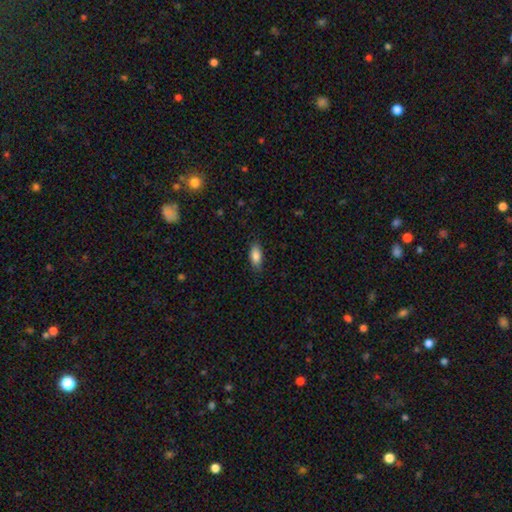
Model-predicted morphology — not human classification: smooth_or_featured: smooth (p=0.85) [alt: featured or disk p=0.08]
how_rounded: in between (p=0.85) [alt: cigar-shaped p=0.12]
merging: none (p=0.82) [alt: minor disturbance p=0.14]